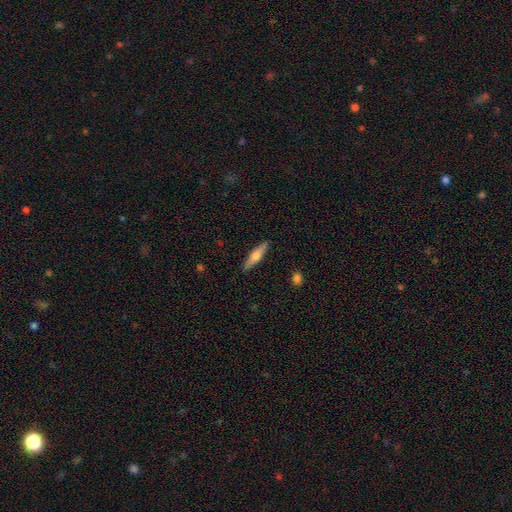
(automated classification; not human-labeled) A smooth galaxy with no disk features (52%) that is cigar-shaped (74%). Merging: none (89%).